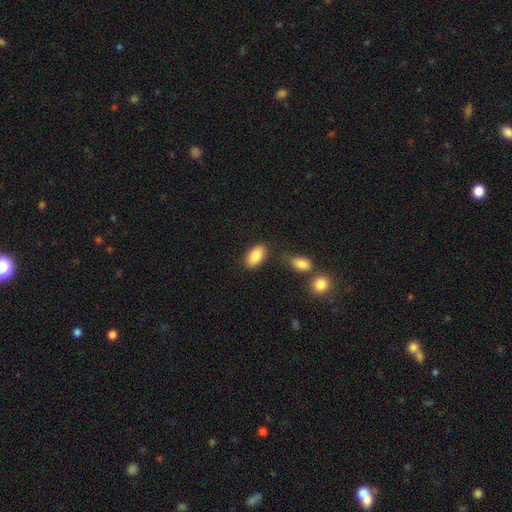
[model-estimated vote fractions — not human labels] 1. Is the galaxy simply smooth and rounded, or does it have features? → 85% smooth, 8% featured or disk, 7% star or artifact.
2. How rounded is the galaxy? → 92% in between, 4% round, 4% cigar-shaped.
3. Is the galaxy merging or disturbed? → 79% none, 12% minor disturbance, 6% merger, 3% major disturbance.